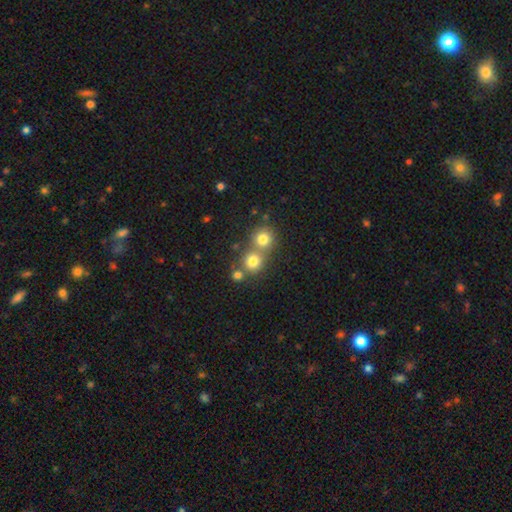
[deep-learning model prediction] This appears to be a smooth galaxy with no disk features (64%) that is round (87%). Merging: merger (48%).